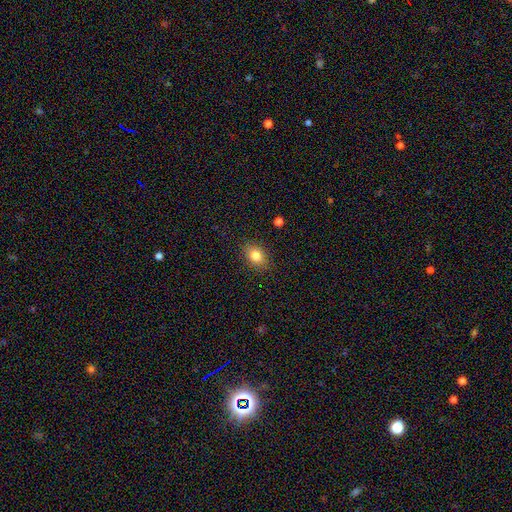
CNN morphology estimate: The model was most divided on "how rounded": in between: 69%, round: 30%, cigar-shaped: 2%. More confident: merging — none (87%); smooth or featured — smooth (81%).